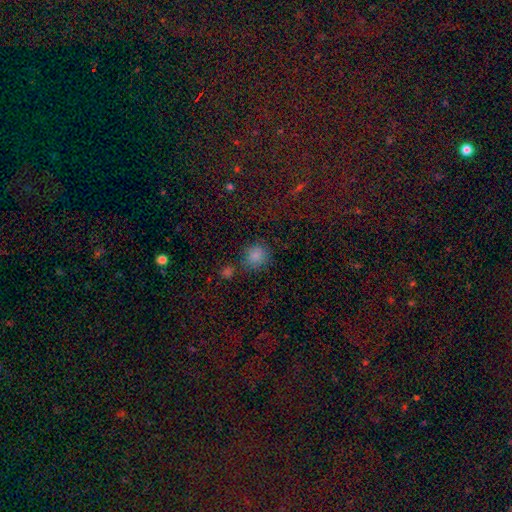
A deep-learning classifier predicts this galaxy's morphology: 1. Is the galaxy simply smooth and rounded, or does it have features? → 79% smooth, 16% star or artifact, 5% featured or disk.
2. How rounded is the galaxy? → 83% round, 16% in between, 1% cigar-shaped.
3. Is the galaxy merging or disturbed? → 67% none, 15% minor disturbance, 12% merger, 6% major disturbance.